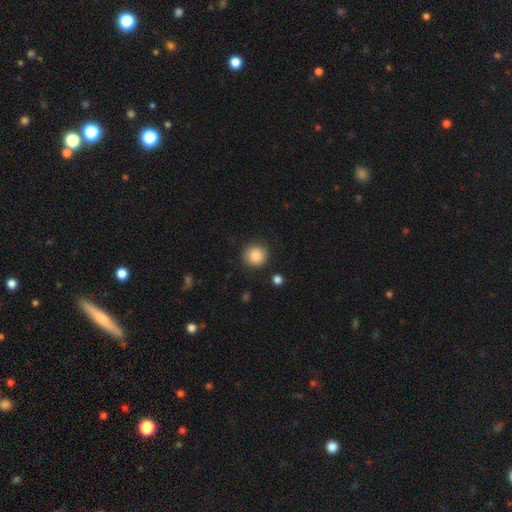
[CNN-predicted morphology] A smooth galaxy with no disk features (87%) that is round (92%).

Vote fractions:
- Smooth or featured? smooth: 87% / star or artifact: 9% / featured or disk: 4%
- How rounded? round: 92% / in between: 7% / cigar-shaped: 1%
- Merging? none: 88% / minor disturbance: 8% / major disturbance: 3% / merger: 2%